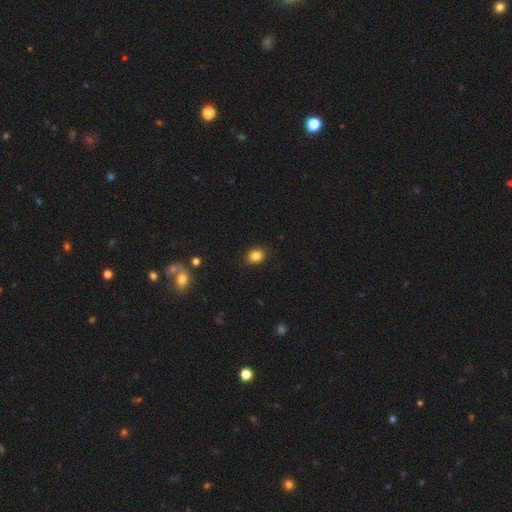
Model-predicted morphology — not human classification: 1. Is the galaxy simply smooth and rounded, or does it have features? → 85% smooth, 11% star or artifact, 5% featured or disk.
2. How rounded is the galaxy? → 56% round, 43% in between, 1% cigar-shaped.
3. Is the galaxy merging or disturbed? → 90% none, 7% minor disturbance, 2% major disturbance, 1% merger.